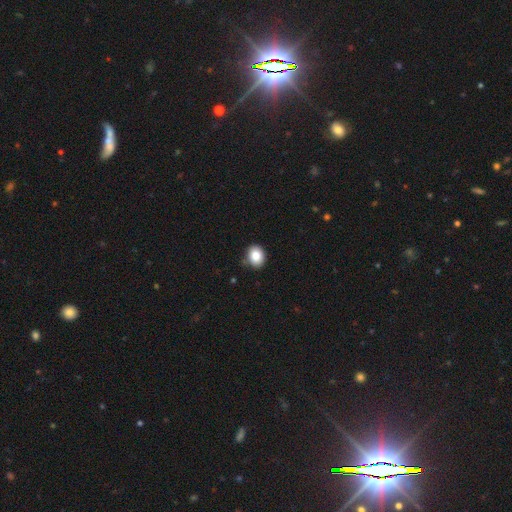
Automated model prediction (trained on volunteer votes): smooth_or_featured: smooth (p=0.85) [alt: star or artifact p=0.09]
how_rounded: round (p=0.60) [alt: in between p=0.39]
merging: none (p=0.82) [alt: minor disturbance p=0.14]